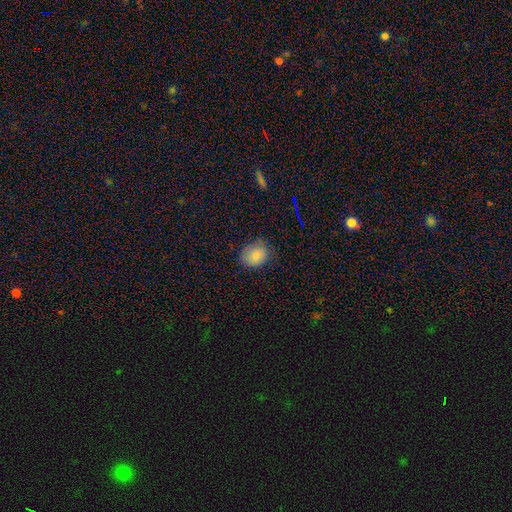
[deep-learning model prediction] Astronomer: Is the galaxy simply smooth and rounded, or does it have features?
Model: smooth — 83%.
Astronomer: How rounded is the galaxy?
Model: round — 53% (runner-up: in between, 46%).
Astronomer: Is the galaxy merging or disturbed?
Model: none — 73%.